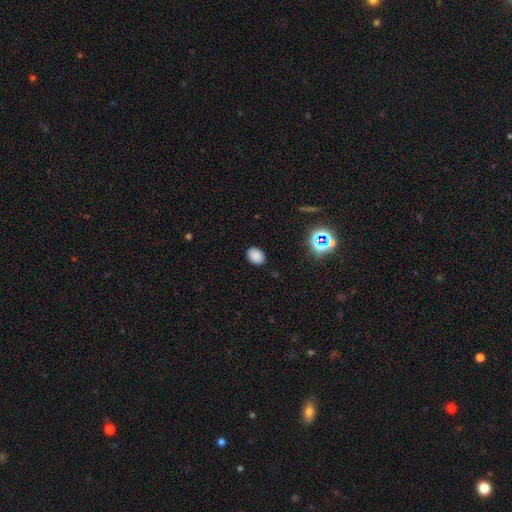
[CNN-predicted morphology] Smooth or featured?
  - smooth: 82% *
  - star or artifact: 14%
  - featured or disk: 4%
How rounded?
  - in between: 72% *
  - round: 27%
  - cigar-shaped: 1%
Merging?
  - none: 87% *
  - minor disturbance: 9%
  - major disturbance: 2%
  - merger: 1%